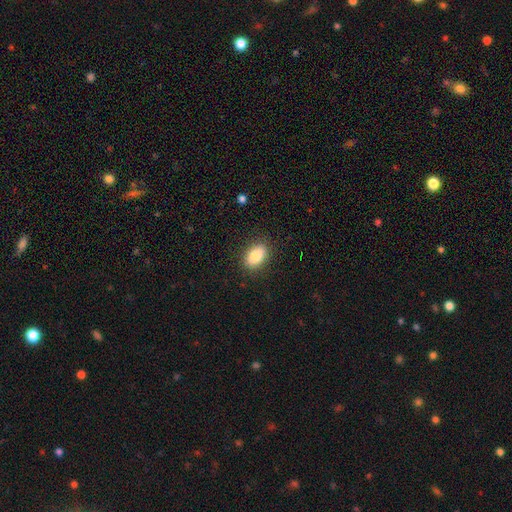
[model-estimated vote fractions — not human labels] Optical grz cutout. It shows a smooth galaxy with no disk features (86%) that is in between round and cigar-shaped (90%). Merging: none (86%).